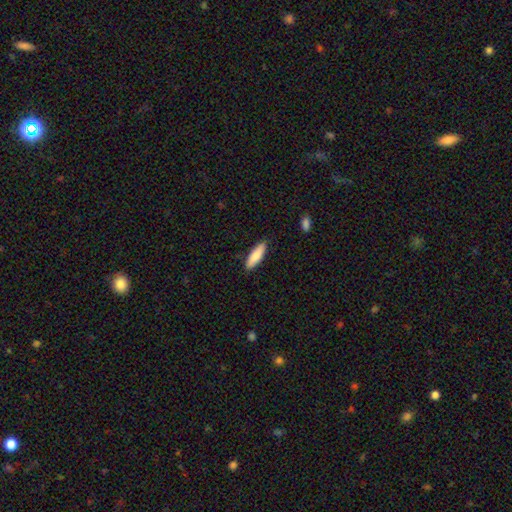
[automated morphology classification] Overall: smooth (82%). How rounded: cigar-shaped (51%; in between 48%). Merging: none (87%).